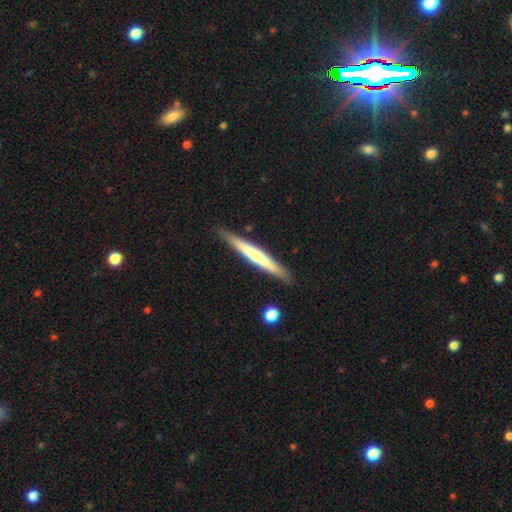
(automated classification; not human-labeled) Smooth or featured: smooth — 51% (featured or disk — 43%)
How rounded: cigar-shaped — 96% (in between — 3%)
Merging: none — 88% (minor disturbance — 8%)